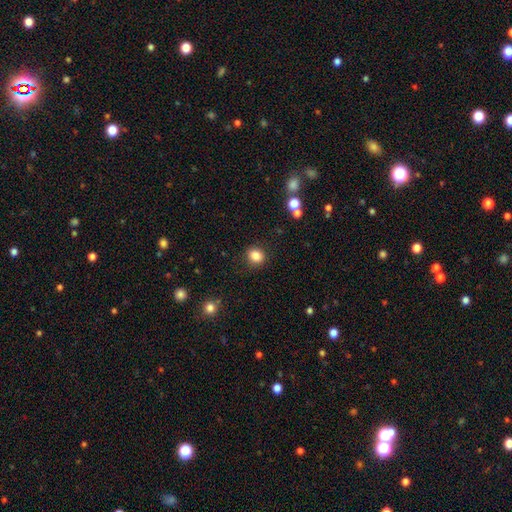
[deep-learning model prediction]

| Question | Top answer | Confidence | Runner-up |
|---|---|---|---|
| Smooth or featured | smooth | 84% | star or artifact (11%) |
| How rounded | round | 76% | in between (23%) |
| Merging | none | 88% | minor disturbance (8%) |